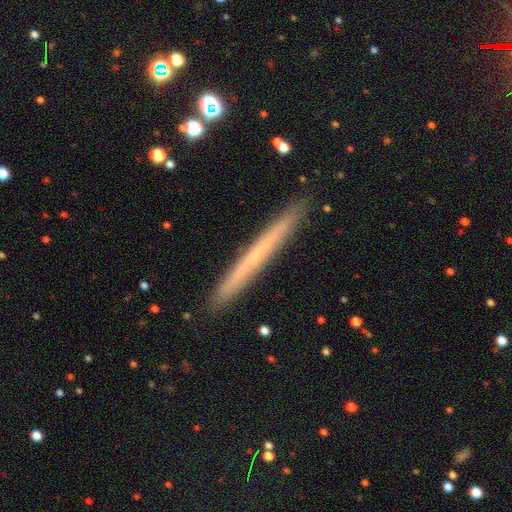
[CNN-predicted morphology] Q: Smooth or featured?
A: featured or disk (46%); runner-up: smooth (45%)
Q: Merging?
A: none (92%); runner-up: minor disturbance (6%)